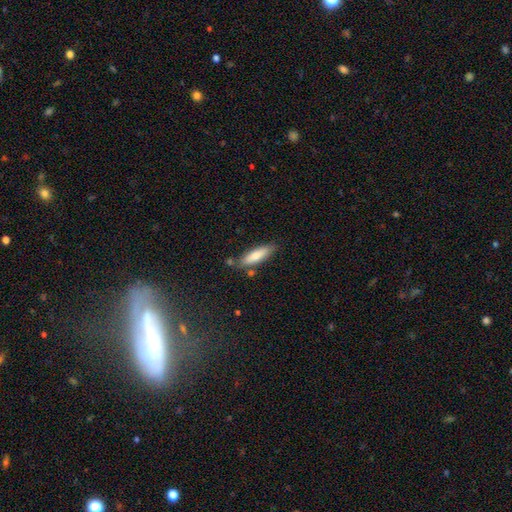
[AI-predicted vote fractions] Smooth or featured?
  - smooth: 77% *
  - featured or disk: 17%
  - star or artifact: 6%
How rounded?
  - cigar-shaped: 63% *
  - in between: 36%
  - round: 2%
Merging?
  - none: 76% *
  - minor disturbance: 15%
  - merger: 6%
  - major disturbance: 3%